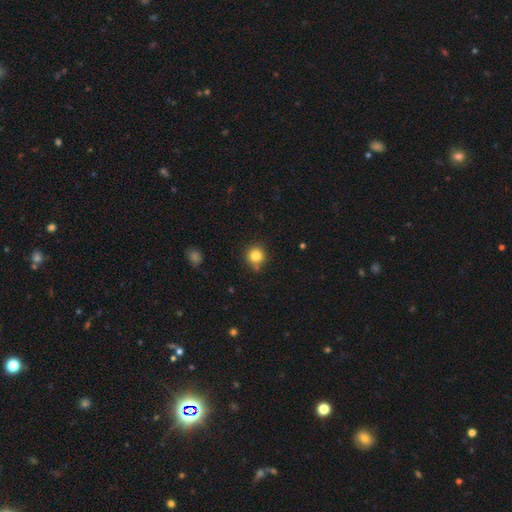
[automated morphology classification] Q: Smooth or featured?
A: smooth (82%); runner-up: star or artifact (12%)
Q: How rounded?
A: round (92%); runner-up: in between (7%)
Q: Merging?
A: none (77%); runner-up: minor disturbance (14%)